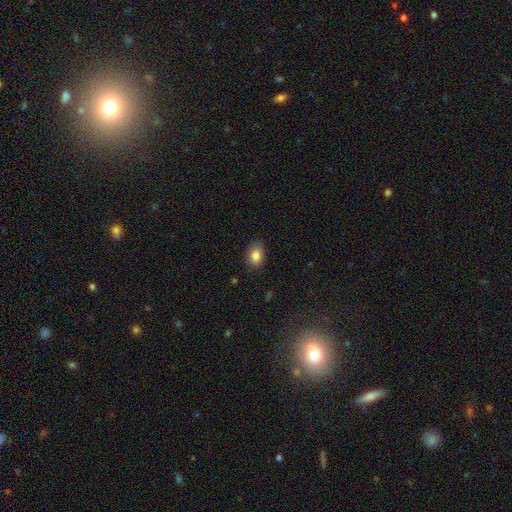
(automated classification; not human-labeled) A smooth galaxy with no disk features (85%) that is in between round and cigar-shaped (75%).

Vote fractions:
- Smooth or featured? smooth: 85% / star or artifact: 9% / featured or disk: 7%
- How rounded? in between: 75% / round: 23% / cigar-shaped: 1%
- Merging? none: 83% / minor disturbance: 13% / major disturbance: 3% / merger: 1%